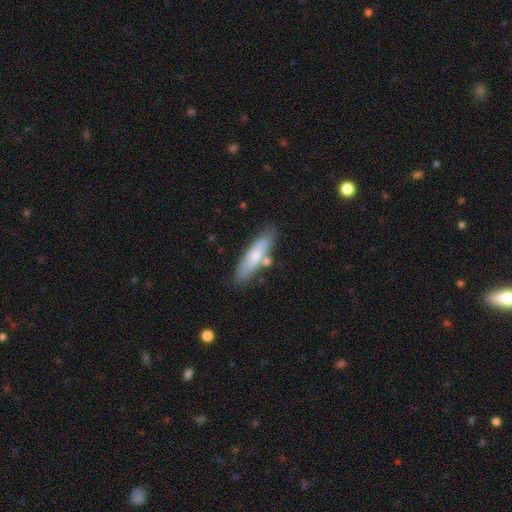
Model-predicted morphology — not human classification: smooth 63%, featured or disk 31%, star or artifact 6%. Down the decision tree: how rounded — cigar-shaped (70%); merging — none (76%).